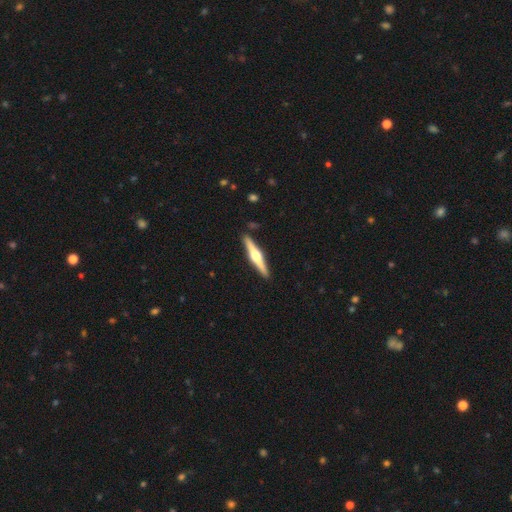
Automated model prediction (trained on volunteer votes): This appears to be a featured or disk galaxy (74%) viewed edge-on (98%) with a rounded central bulge (95%). Merging: none (91%).